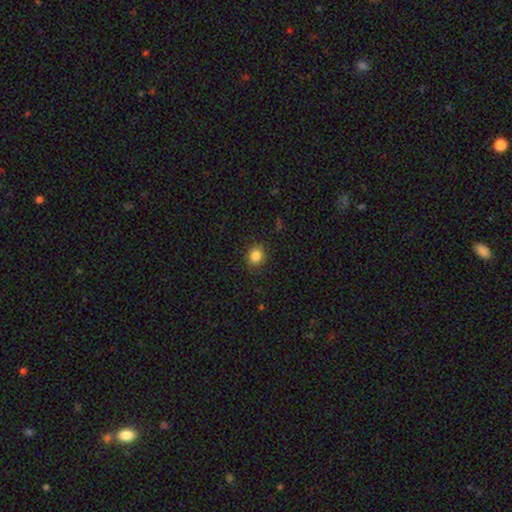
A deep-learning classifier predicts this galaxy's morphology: type=smooth (85%); roundness=round (66%); merging=none (89%).